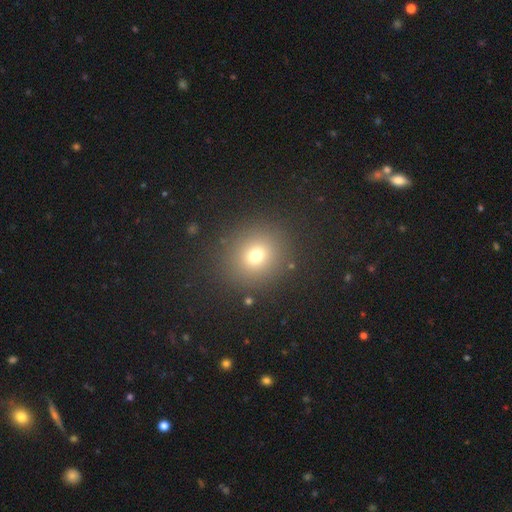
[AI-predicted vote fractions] Smooth or featured: smooth — 72% (star or artifact — 19%)
How rounded: round — 86% (in between — 13%)
Merging: none — 87% (minor disturbance — 7%)